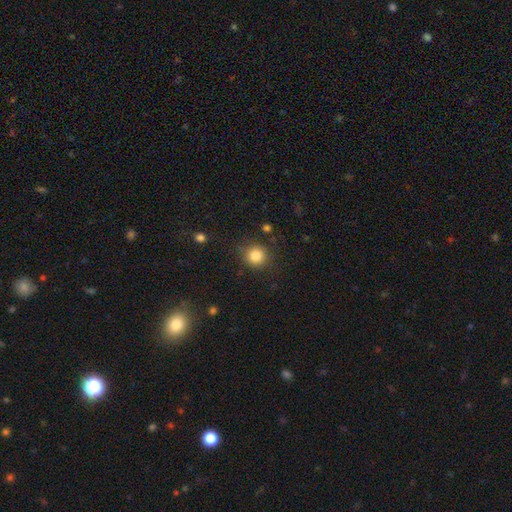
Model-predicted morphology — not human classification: This appears to be a smooth galaxy with no disk features (84%) that is round (92%). Merging: none (84%).